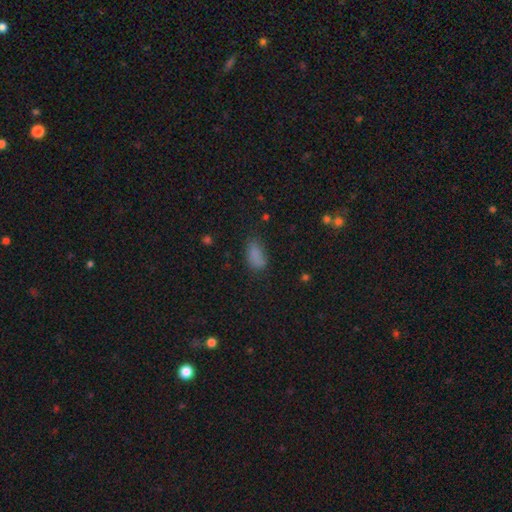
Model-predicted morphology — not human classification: Q: Smooth or featured?
A: smooth (82%); runner-up: star or artifact (12%)
Q: How rounded?
A: in between (90%); runner-up: cigar-shaped (6%)
Q: Merging?
A: none (65%); runner-up: minor disturbance (24%)